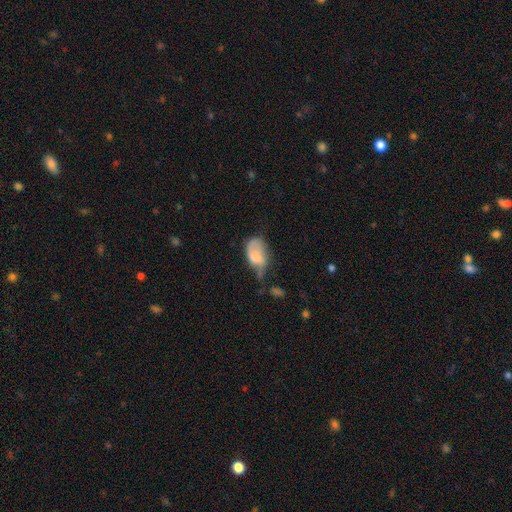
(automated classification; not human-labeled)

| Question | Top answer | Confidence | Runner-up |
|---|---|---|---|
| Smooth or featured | smooth | 64% | featured or disk (28%) |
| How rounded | in between | 88% | round (10%) |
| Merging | minor disturbance | 38% | major disturbance (30%) |